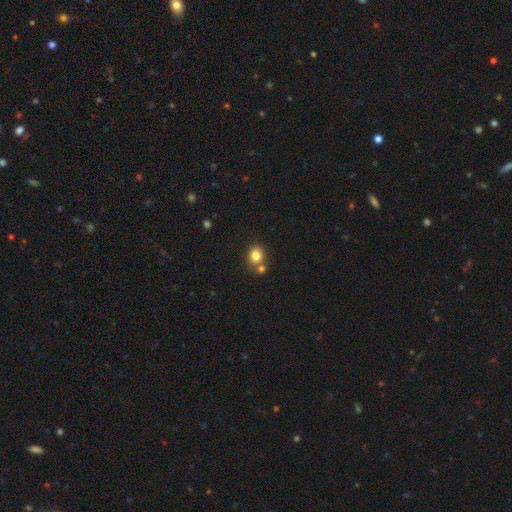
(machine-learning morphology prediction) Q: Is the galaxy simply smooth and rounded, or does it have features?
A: smooth — 82%.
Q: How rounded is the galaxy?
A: round — 68%.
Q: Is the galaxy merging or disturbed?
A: none — 59%.